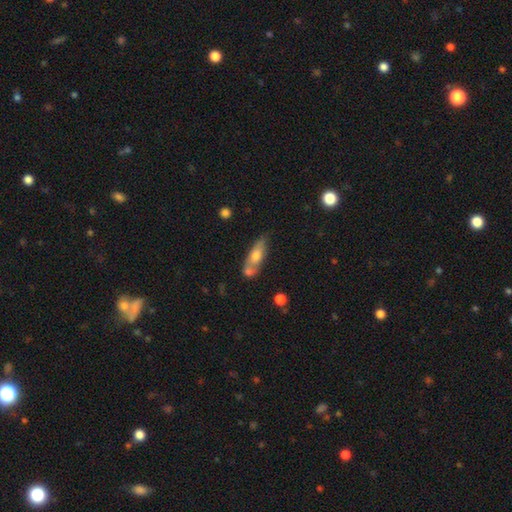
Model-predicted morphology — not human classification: Overall: smooth (62%; featured or disk 31%). How rounded: in between (54%; cigar-shaped 42%). Merging: none (47%; merger 28%).